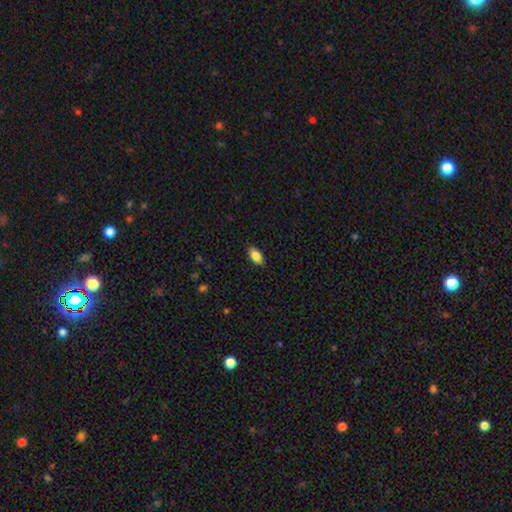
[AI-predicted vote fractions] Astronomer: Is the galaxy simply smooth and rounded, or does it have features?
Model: smooth — 82%.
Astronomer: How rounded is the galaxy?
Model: in between — 88%.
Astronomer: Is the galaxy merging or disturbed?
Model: none — 86%.